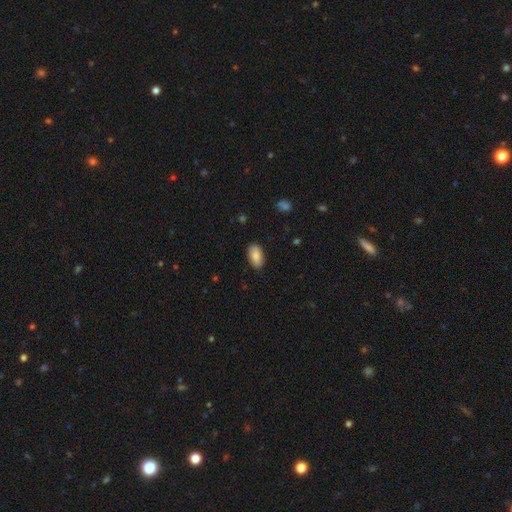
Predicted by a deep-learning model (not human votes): Smooth or featured? smooth (88%)
How rounded? in between (94%)
Merging? none (86%)